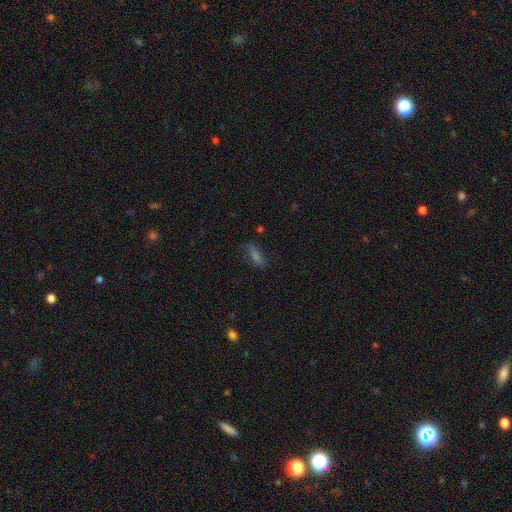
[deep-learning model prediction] The model was most divided on "smooth or featured": smooth: 49%, featured or disk: 28%, star or artifact: 24%. More confident: merging — none (73%).